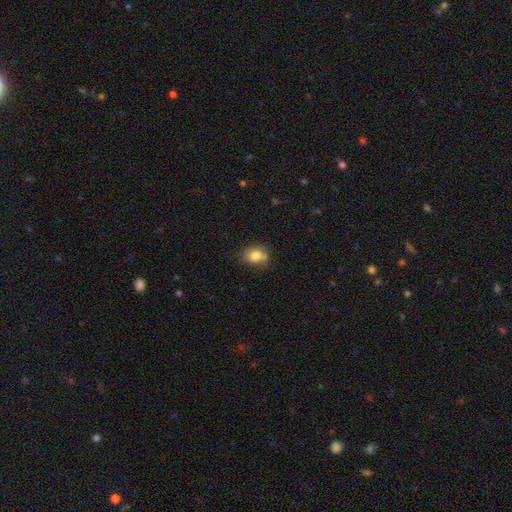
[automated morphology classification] smooth 81%, featured or disk 9%, star or artifact 9%. Down the decision tree: how rounded — in between (64%); merging — none (65%).